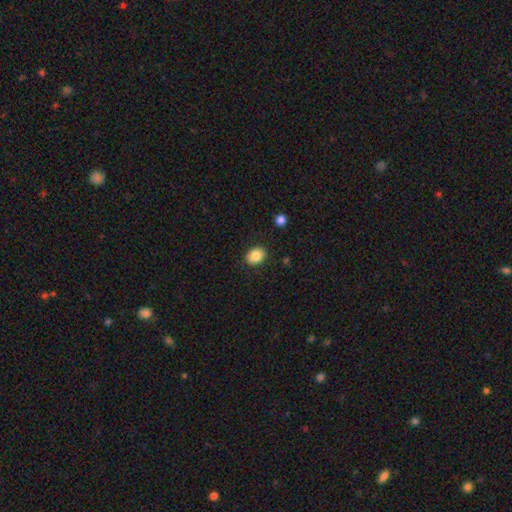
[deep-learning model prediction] A smooth galaxy with no disk features (84%) that is in between round and cigar-shaped (60%). Merging: none (89%).